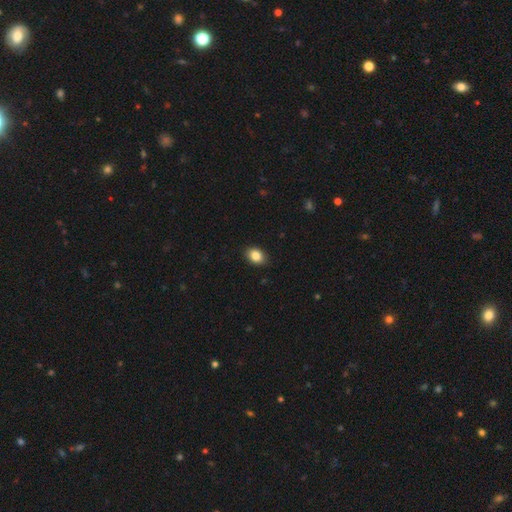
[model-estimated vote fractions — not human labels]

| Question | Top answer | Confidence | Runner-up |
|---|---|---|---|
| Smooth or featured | smooth | 86% | star or artifact (8%) |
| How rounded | in between | 77% | round (22%) |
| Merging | none | 89% | minor disturbance (9%) |